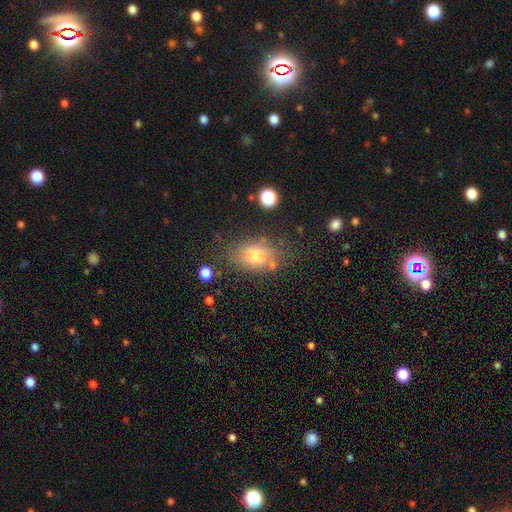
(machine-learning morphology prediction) Smooth or featured: smooth — 68% (featured or disk — 20%)
How rounded: in between — 80% (round — 18%)
Merging: none — 64% (minor disturbance — 21%)